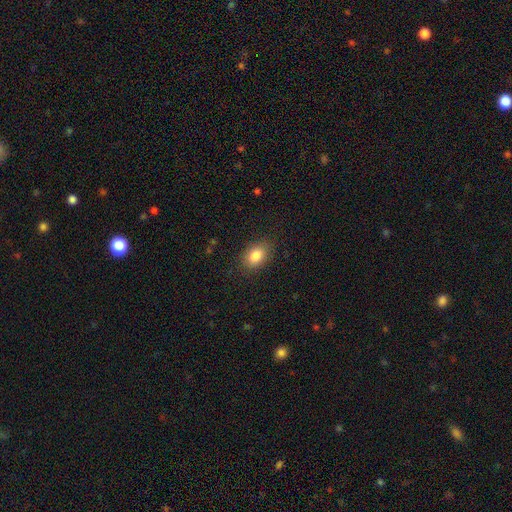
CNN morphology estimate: type=smooth (84%); roundness=in between (79%); merging=none (84%).